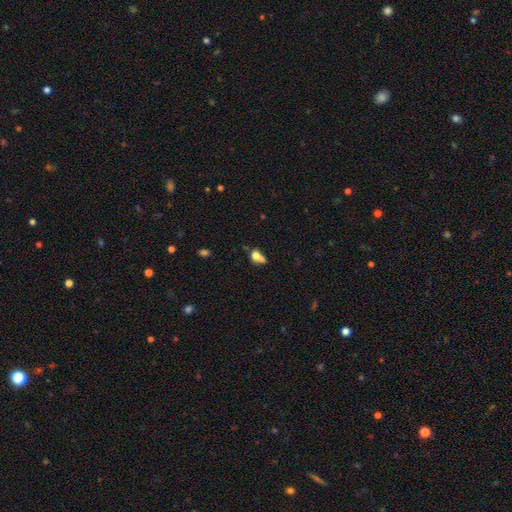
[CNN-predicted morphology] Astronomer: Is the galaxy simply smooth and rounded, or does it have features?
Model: smooth — 63%.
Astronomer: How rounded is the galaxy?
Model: in between — 55% (runner-up: round, 36%).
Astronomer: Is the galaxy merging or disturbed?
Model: merger — 41% (runner-up: none, 29%).